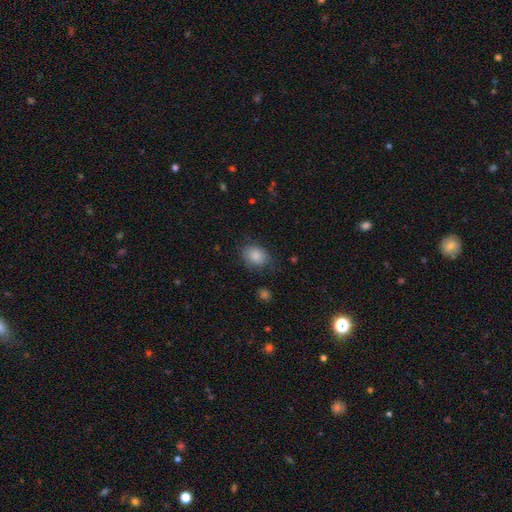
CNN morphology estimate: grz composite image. It shows a smooth galaxy with no disk features (83%) that is in between round and cigar-shaped (65%). Merging: none (72%).